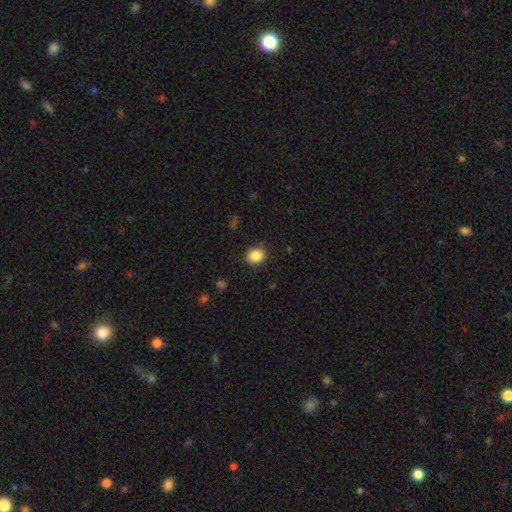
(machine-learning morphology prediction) The model was most divided on "how rounded": round: 54%, in between: 45%, cigar-shaped: 1%. More confident: smooth or featured — smooth (87%); merging — none (86%).